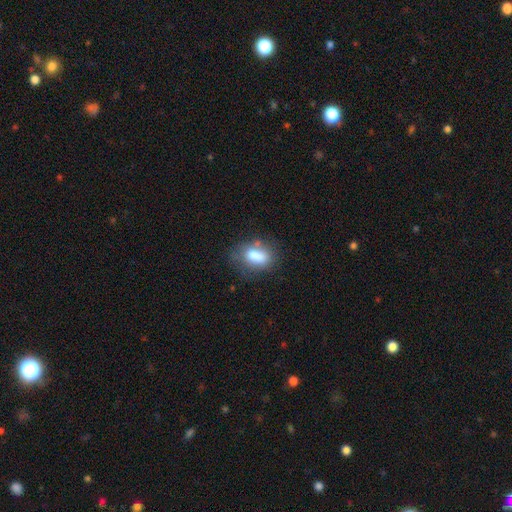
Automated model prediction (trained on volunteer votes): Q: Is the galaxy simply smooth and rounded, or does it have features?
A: smooth — 80%.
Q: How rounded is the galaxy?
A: in between — 84%.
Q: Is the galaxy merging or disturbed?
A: none — 59%.